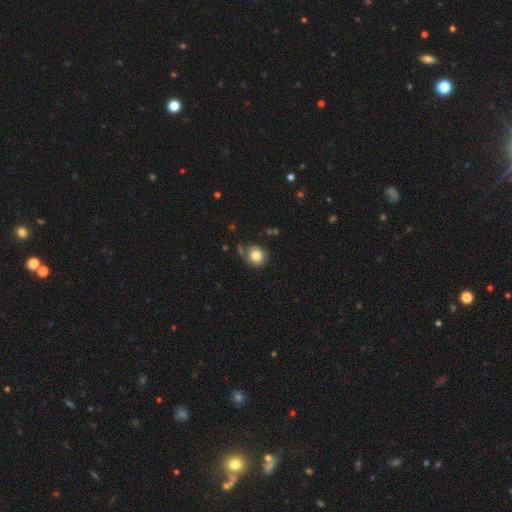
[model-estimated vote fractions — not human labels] This appears to be a smooth galaxy with no disk features (79%) that is round (83%). Merging: none (65%).